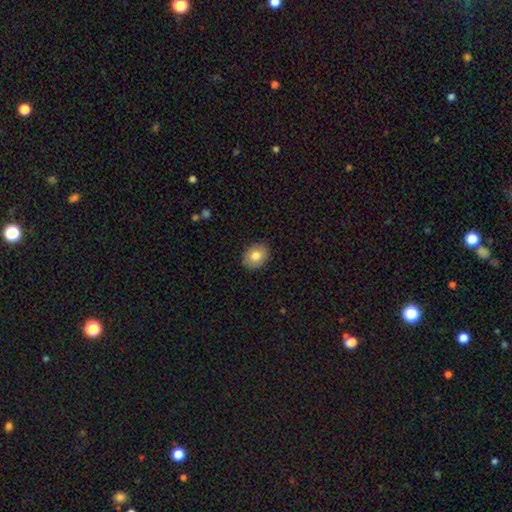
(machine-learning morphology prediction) The model was most divided on "how rounded": in between: 56%, round: 43%, cigar-shaped: 1%. More confident: merging — none (89%); smooth or featured — smooth (80%).